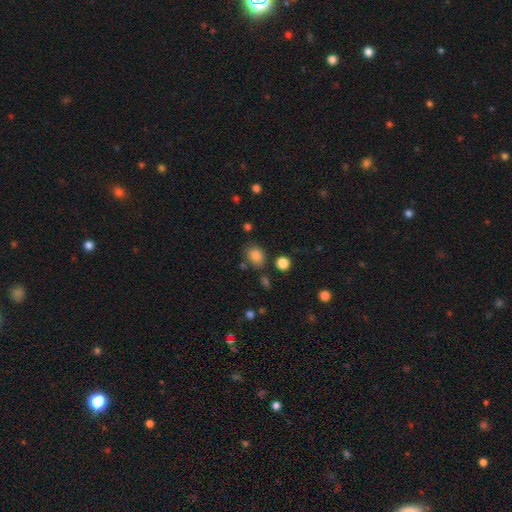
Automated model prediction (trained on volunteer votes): smooth_or_featured: smooth (p=0.83) [alt: star or artifact p=0.11]
how_rounded: in between (p=0.53) [alt: round p=0.46]
merging: none (p=0.75) [alt: minor disturbance p=0.14]